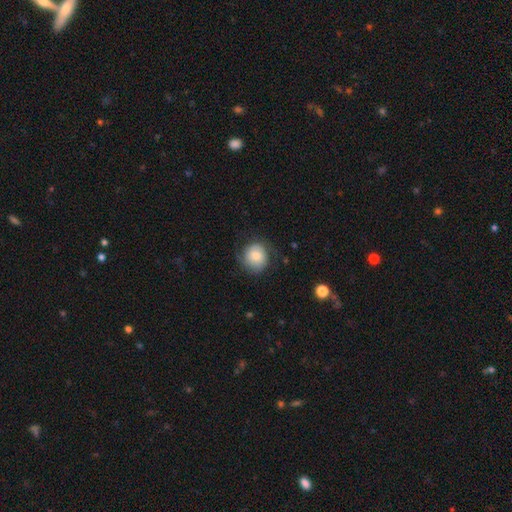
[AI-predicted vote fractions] smooth 70%, featured or disk 22%, star or artifact 8%. Down the decision tree: how rounded — round (84%); merging — none (67%).